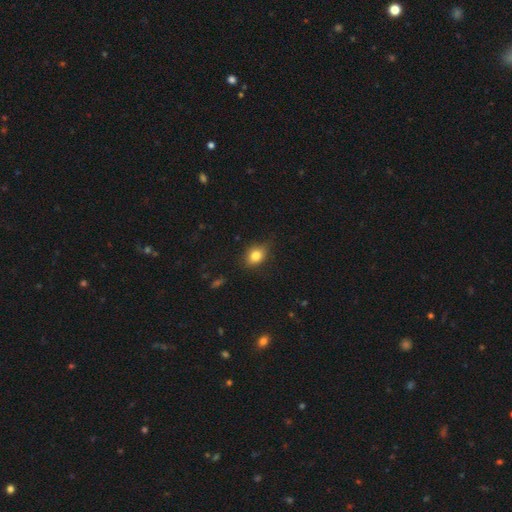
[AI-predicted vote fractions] A smooth galaxy with no disk features (81%) that is in between round and cigar-shaped (63%). Merging: none (74%).